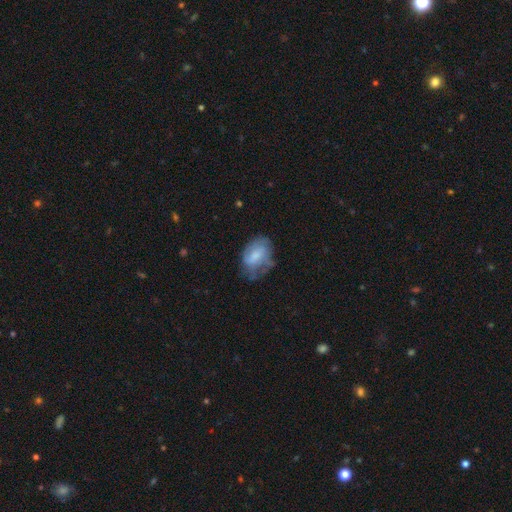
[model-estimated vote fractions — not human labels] Overall: smooth (49%; featured or disk 43%). Merging: none (46%; minor disturbance 32%).